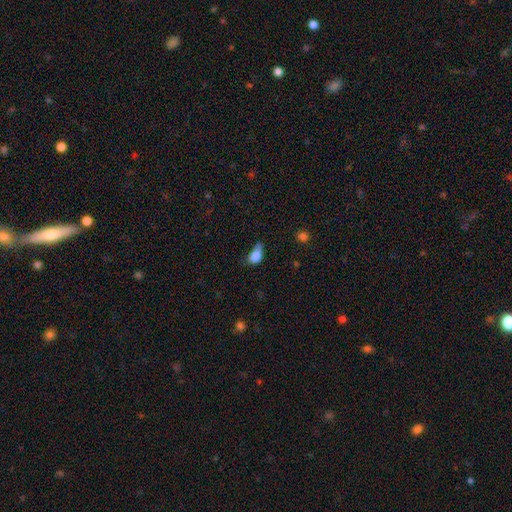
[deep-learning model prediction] This appears to be a smooth galaxy with no disk features (81%) that is in between round and cigar-shaped (78%). Merging: minor disturbance (39%).